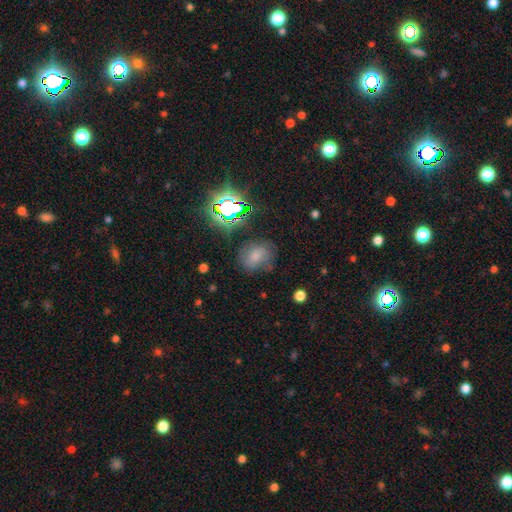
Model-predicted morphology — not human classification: smooth 64%, star or artifact 21%, featured or disk 15%. Down the decision tree: how rounded — in between (51%); merging — none (61%).